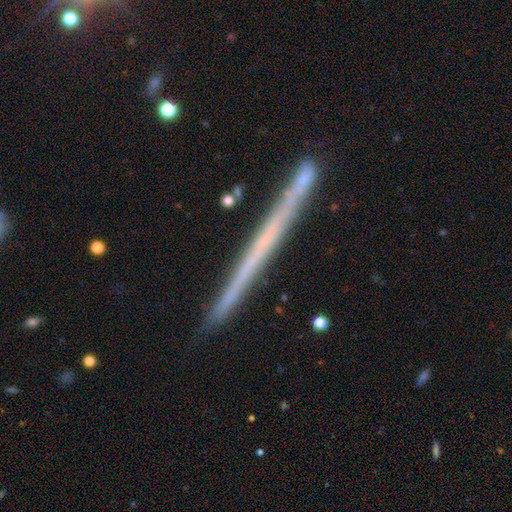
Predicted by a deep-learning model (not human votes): This appears to be a featured or disk galaxy (58%) viewed edge-on (97%) with no central bulge (88%). Merging: none (85%).